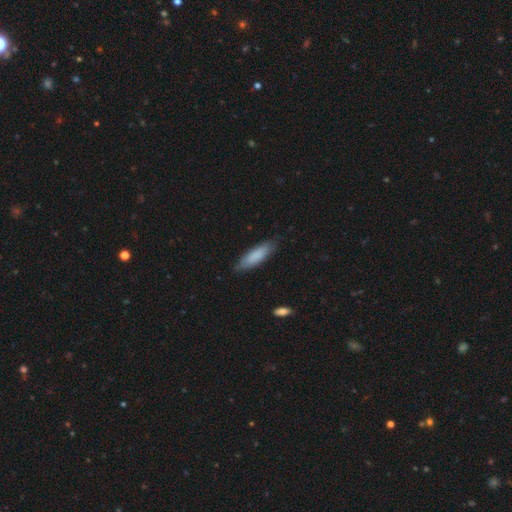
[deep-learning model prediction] A smooth galaxy with no disk features (82%) that is cigar-shaped (57%). Merging: none (81%).